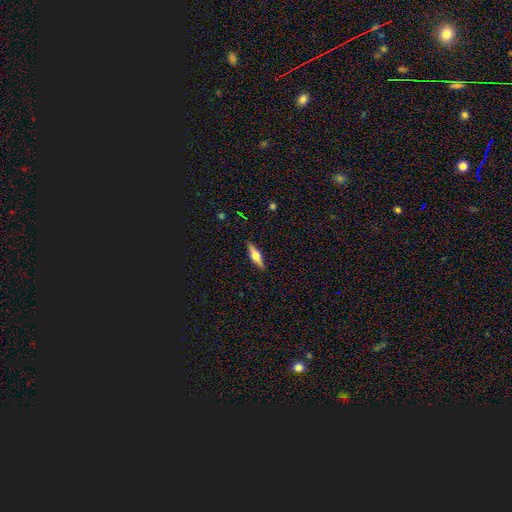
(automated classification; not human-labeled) Smooth or featured? featured or disk (58%)
Edge-on disk? yes (95%)
Edge-on bulge? rounded (93%)
Merging? none (90%)